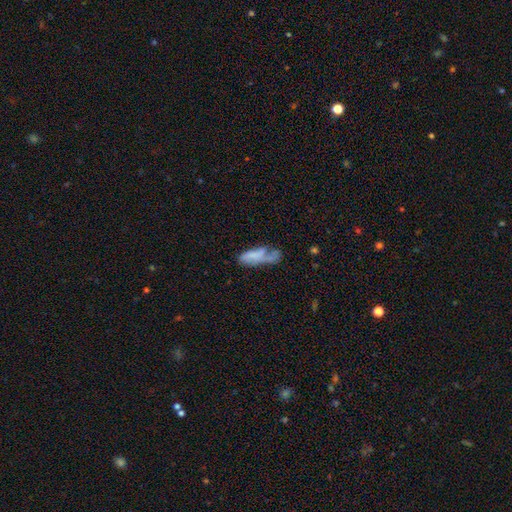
Smooth or featured?
  - smooth: 63% *
  - featured or disk: 26%
  - star or artifact: 11%
How rounded?
  - in between: 71% *
  - cigar-shaped: 29%
  - round: 0%
Merging?
  - none: 41% *
  - minor disturbance: 21%
  - major disturbance: 21%
  - merger: 18%